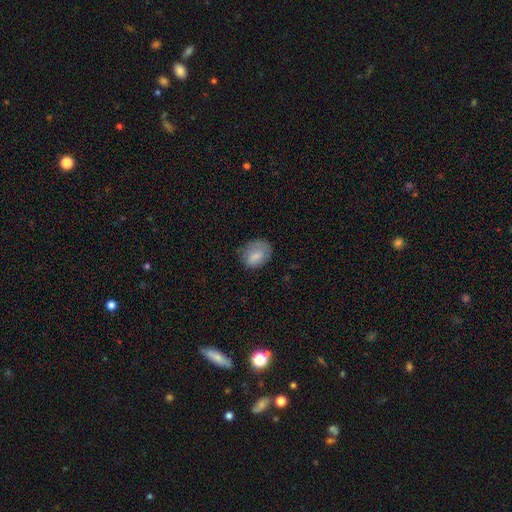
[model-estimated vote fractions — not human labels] A smooth galaxy with no disk features (76%) that is in between round and cigar-shaped (58%).

Vote fractions:
- Smooth or featured? smooth: 76% / featured or disk: 16% / star or artifact: 8%
- How rounded? in between: 58% / round: 41% / cigar-shaped: 1%
- Merging? none: 60% / minor disturbance: 28% / major disturbance: 11% / merger: 1%